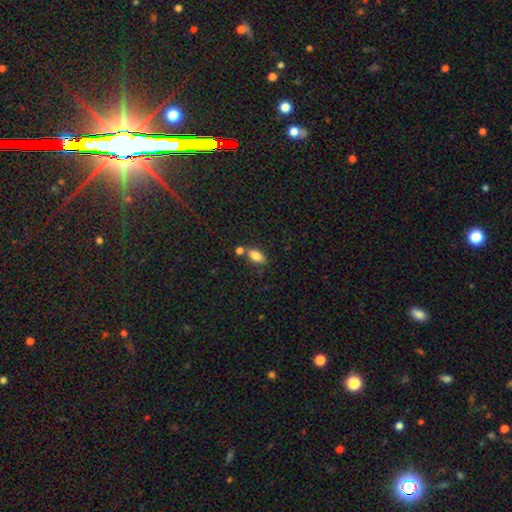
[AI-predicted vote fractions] This appears to be a smooth galaxy with no disk features (82%) that is in between round and cigar-shaped (86%). Merging: none (65%).